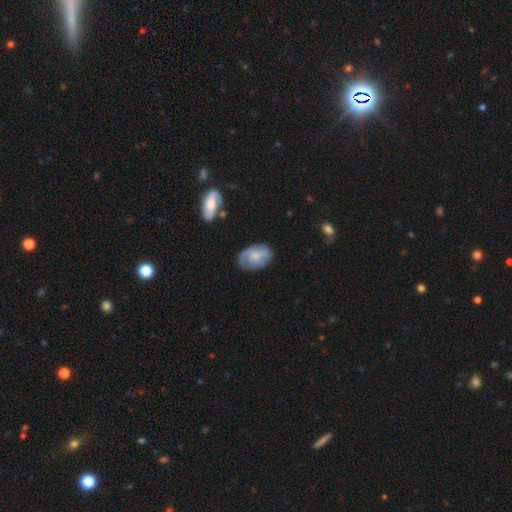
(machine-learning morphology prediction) Smooth or featured?
  - smooth: 50% *
  - featured or disk: 43%
  - star or artifact: 7%
How rounded?
  - in between: 81% *
  - round: 18%
  - cigar-shaped: 1%
Merging?
  - none: 67% *
  - minor disturbance: 24%
  - major disturbance: 7%
  - merger: 2%